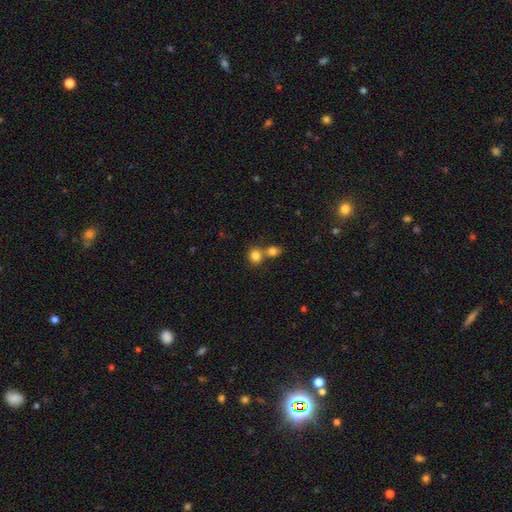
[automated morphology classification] Overall: smooth (82%). How rounded: round (76%). Merging: none (47%; merger 43%).